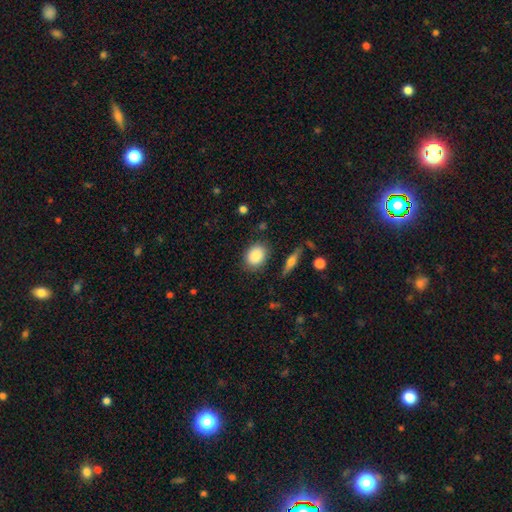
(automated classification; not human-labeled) smooth_or_featured: smooth (p=0.86) [alt: star or artifact p=0.07]
how_rounded: in between (p=0.58) [alt: round p=0.40]
merging: none (p=0.81) [alt: minor disturbance p=0.13]